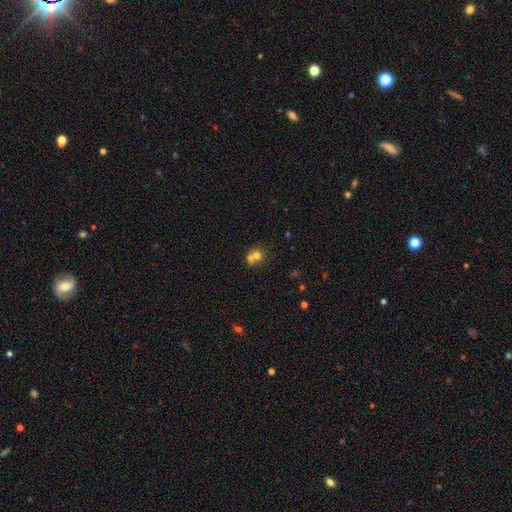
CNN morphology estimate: Smooth or featured? Predicted: smooth (p=0.67). How rounded? Predicted: round (p=0.77). Merging? Predicted: merger (p=0.55).